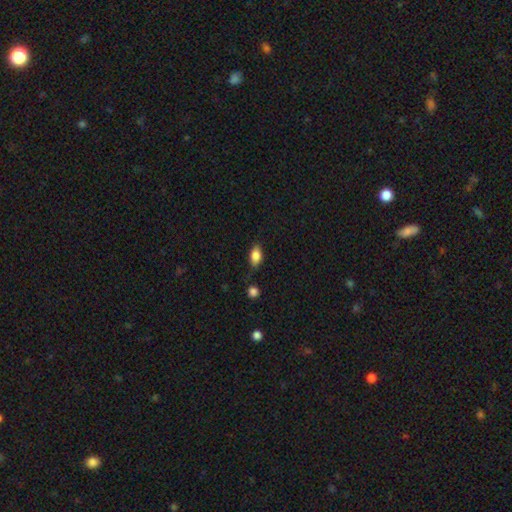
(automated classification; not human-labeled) A smooth galaxy with no disk features (83%) that is in between round and cigar-shaped (87%). Merging: none (70%).